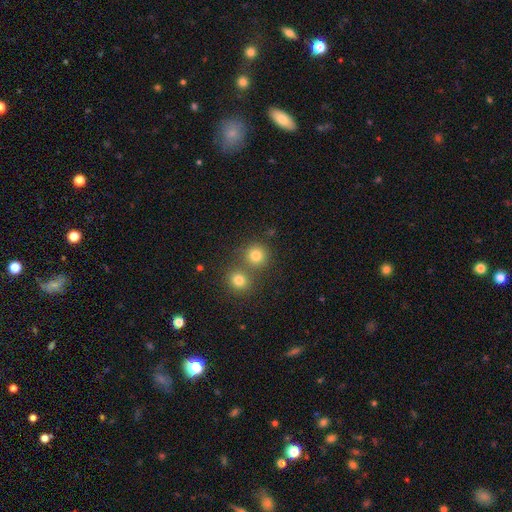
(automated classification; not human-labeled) Q: Smooth or featured?
A: smooth (80%); runner-up: star or artifact (14%)
Q: How rounded?
A: round (91%); runner-up: in between (8%)
Q: Merging?
A: none (65%); runner-up: merger (26%)